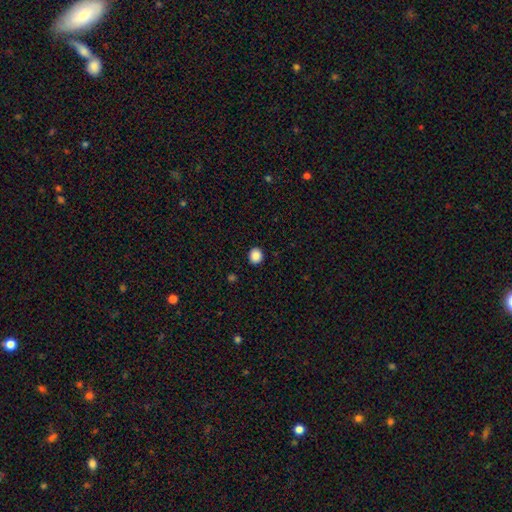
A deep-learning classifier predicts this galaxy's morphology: A smooth galaxy with no disk features (88%) that is round (82%). Merging: none (91%).